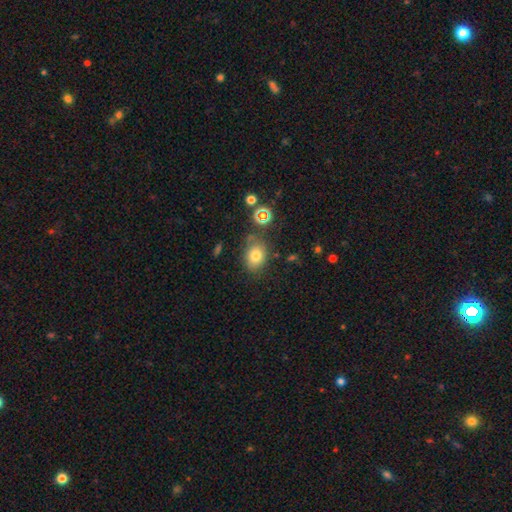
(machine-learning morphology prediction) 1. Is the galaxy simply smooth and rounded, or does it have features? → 76% smooth, 14% star or artifact, 10% featured or disk.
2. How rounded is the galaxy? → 59% in between, 40% round, 1% cigar-shaped.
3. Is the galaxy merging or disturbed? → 72% none, 16% minor disturbance, 7% merger, 5% major disturbance.